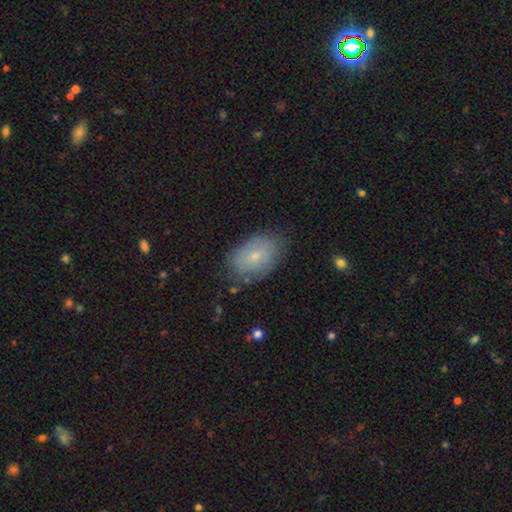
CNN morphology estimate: Smooth or featured? smooth (67%)
How rounded? in between (89%)
Merging? none (73%)